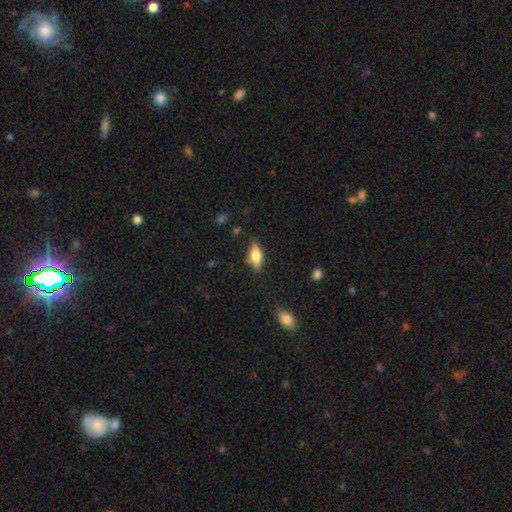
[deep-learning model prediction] Smooth or featured? Predicted: smooth (p=0.58). How rounded? Predicted: in between (p=0.74). Merging? Predicted: none (p=0.79).